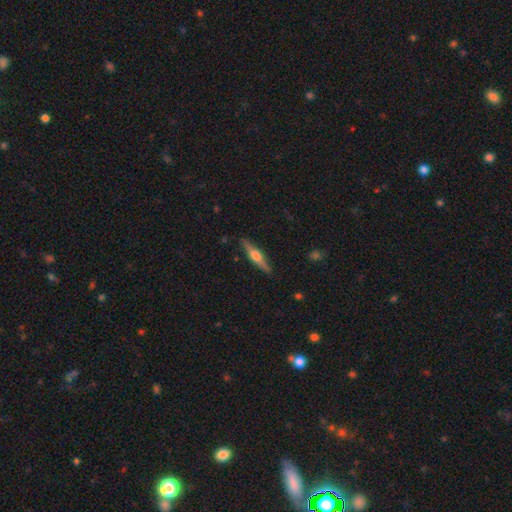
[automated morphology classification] Smooth or featured? Predicted: featured or disk (p=0.68). Edge-on disk? Predicted: yes (p=0.97). Edge-on bulge? Predicted: rounded (p=0.91). Merging? Predicted: none (p=0.89).